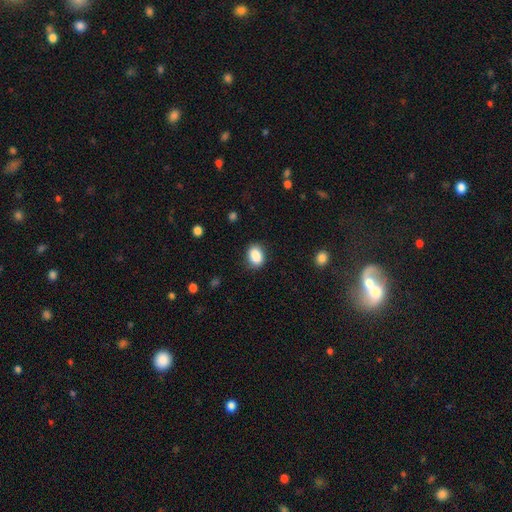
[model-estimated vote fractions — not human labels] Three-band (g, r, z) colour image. It shows a smooth galaxy with no disk features (87%) that is in between round and cigar-shaped (69%). Merging: none (84%).